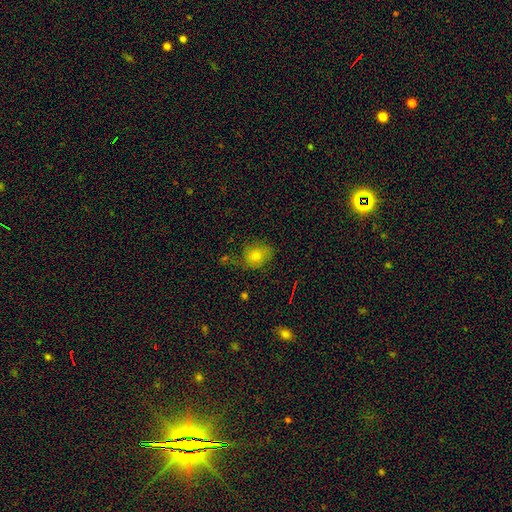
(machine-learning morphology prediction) Overall: smooth (72%). How rounded: round (60%; in between 39%). Merging: none (61%; minor disturbance 24%).